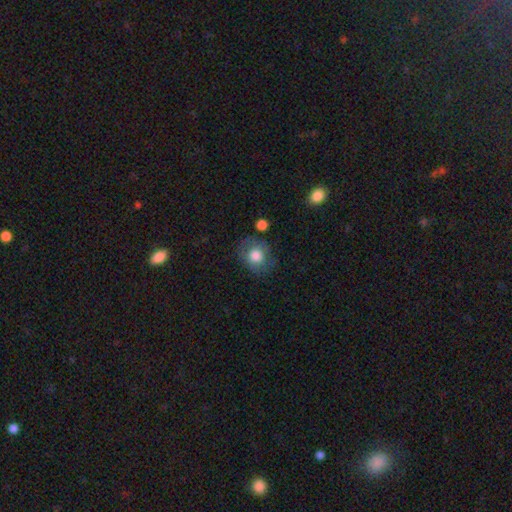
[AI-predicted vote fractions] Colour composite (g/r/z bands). It shows a smooth galaxy with no disk features (73%) that is round (69%). Merging: none (69%).